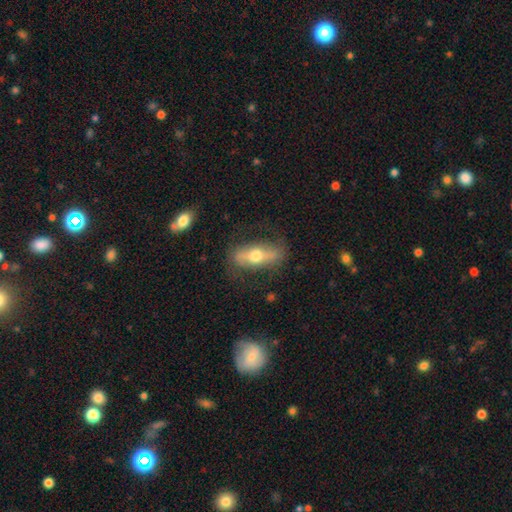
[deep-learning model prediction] A featured or disk galaxy (55%). Merging: none (75%).